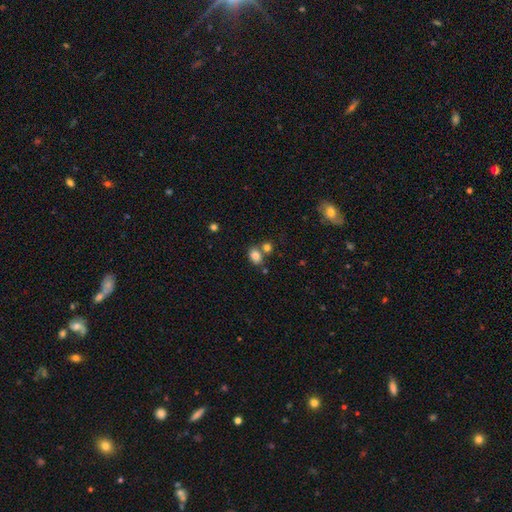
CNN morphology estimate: This appears to be a smooth galaxy with no disk features (81%) that is in between round and cigar-shaped (63%). Merging: none (59%).